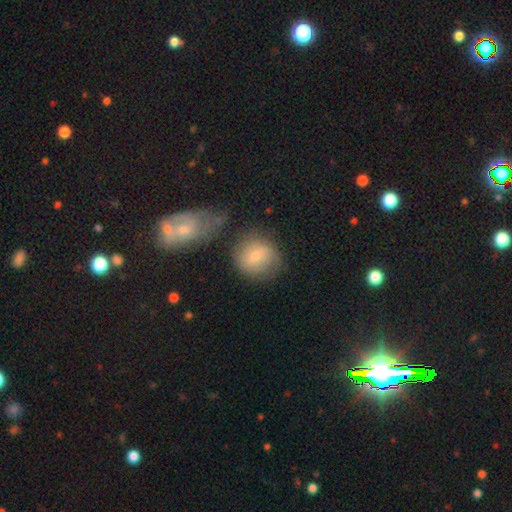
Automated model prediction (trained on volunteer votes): Morphology: type=smooth (61%); roundness=round (81%); merging=none (62%).